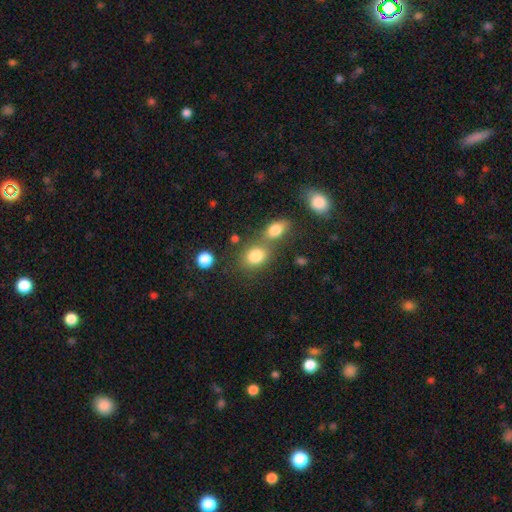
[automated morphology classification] Smooth or featured?
  - smooth: 82% *
  - star or artifact: 11%
  - featured or disk: 8%
How rounded?
  - in between: 57% *
  - round: 42%
  - cigar-shaped: 1%
Merging?
  - none: 48% *
  - merger: 38%
  - minor disturbance: 10%
  - major disturbance: 5%